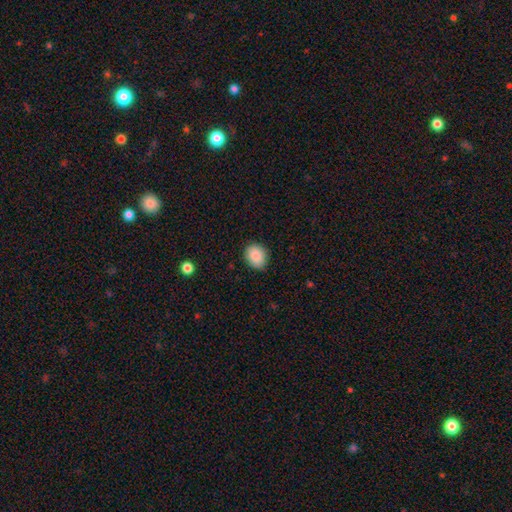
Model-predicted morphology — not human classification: smooth-or-featured: smooth: 88% | star or artifact: 8% | featured or disk: 4%
  how-rounded: round: 54% | in between: 45% | cigar-shaped: 1%
  merging: none: 84% | minor disturbance: 13% | major disturbance: 2% | merger: 1%